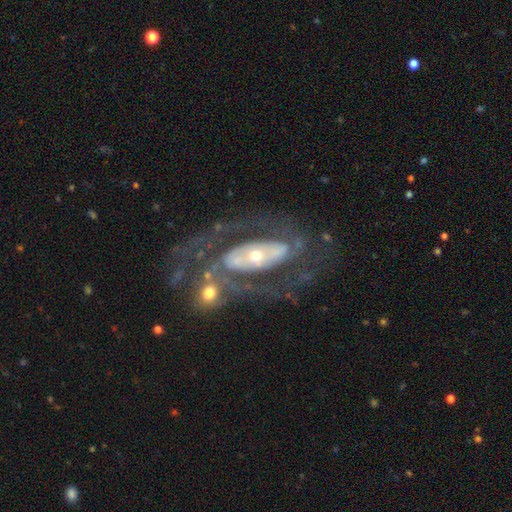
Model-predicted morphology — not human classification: smooth_or_featured: featured or disk (p=0.84) [alt: smooth p=0.11]
disk_edge_on: no (p=0.93) [alt: yes p=0.07]
bar: no (p=0.51) [alt: strong p=0.26]
has_spiral_arms: yes (p=0.81) [alt: no p=0.19]
spiral_winding: medium (p=0.43) [alt: tight p=0.38]
spiral_arm_count: 2 (p=0.76) [alt: can't tell p=0.13]
bulge_size: small (p=0.49) [alt: moderate p=0.43]
merging: none (p=0.56) [alt: major disturbance p=0.19]